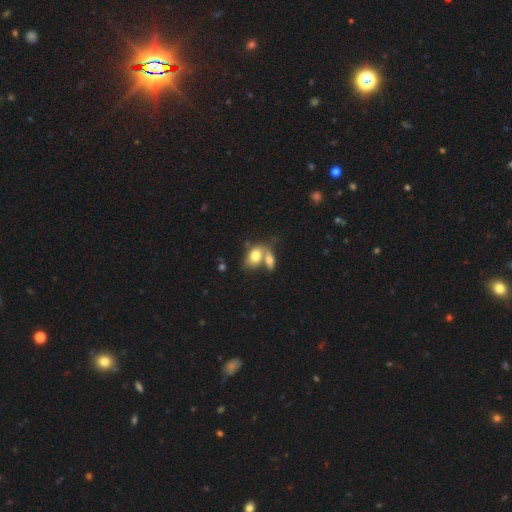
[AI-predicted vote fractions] Overall: smooth (75%). How rounded: in between (84%). Merging: merger (56%; none 29%).